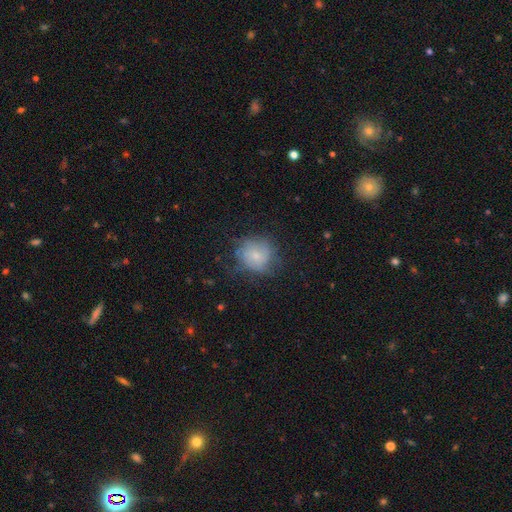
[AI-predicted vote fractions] Smooth or featured? Predicted: smooth (p=0.57). How rounded? Predicted: round (p=0.81). Merging? Predicted: none (p=0.60).